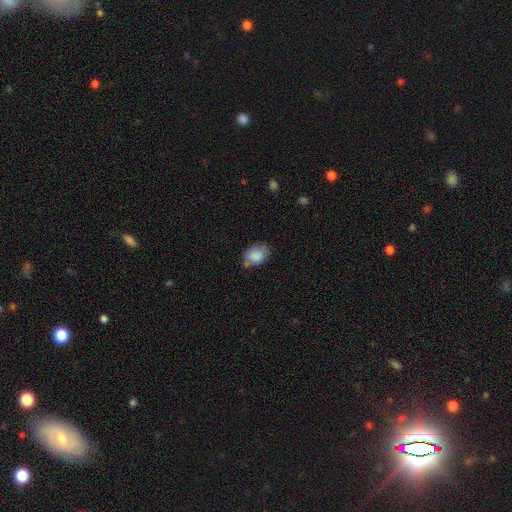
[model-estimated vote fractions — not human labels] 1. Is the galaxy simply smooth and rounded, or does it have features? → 85% smooth, 8% star or artifact, 7% featured or disk.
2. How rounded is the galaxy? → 72% in between, 27% round, 1% cigar-shaped.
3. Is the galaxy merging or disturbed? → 61% none, 24% minor disturbance, 9% merger, 6% major disturbance.